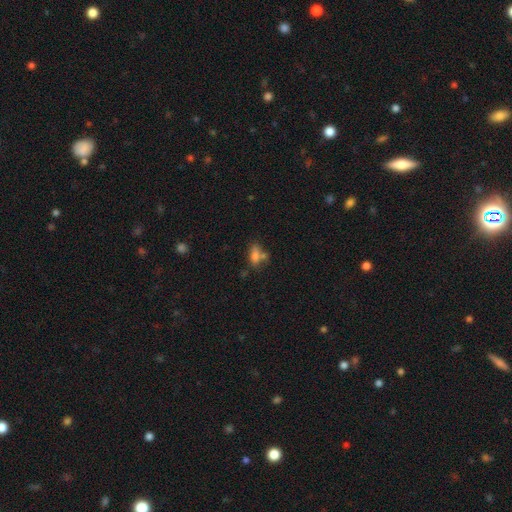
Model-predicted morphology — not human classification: The model was most divided on "merging": none: 47%, merger: 29%, minor disturbance: 17%, major disturbance: 8%. More confident: how rounded — in between (78%); smooth or featured — smooth (73%).